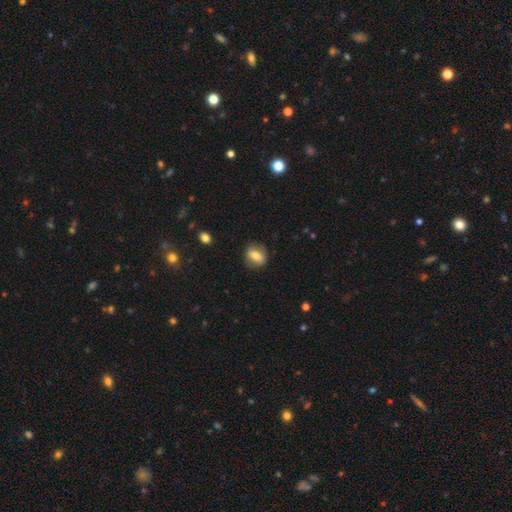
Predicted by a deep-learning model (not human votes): smooth_or_featured: smooth (p=0.71) [alt: featured or disk p=0.21]
how_rounded: in between (p=0.57) [alt: round p=0.39]
merging: none (p=0.81) [alt: minor disturbance p=0.14]